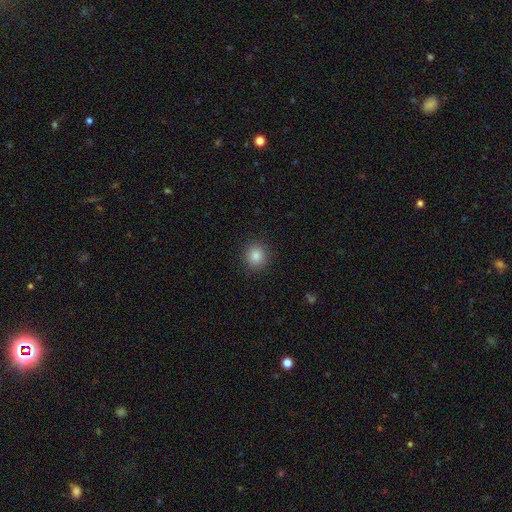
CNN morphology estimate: smooth_or_featured: smooth (p=0.84) [alt: star or artifact p=0.11]
how_rounded: round (p=0.91) [alt: in between p=0.08]
merging: none (p=0.91) [alt: minor disturbance p=0.06]